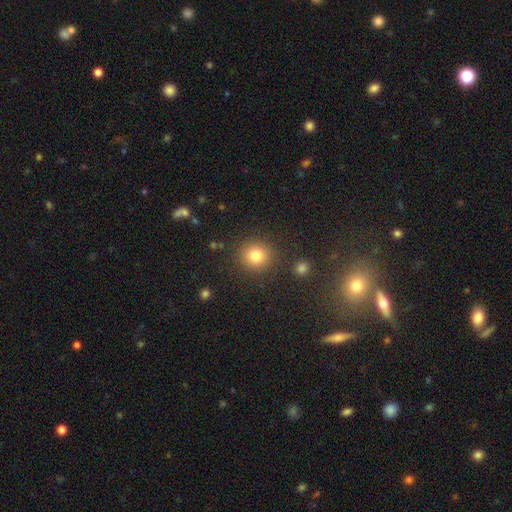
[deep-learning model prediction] The model was most divided on "smooth or featured": smooth: 81%, star or artifact: 12%, featured or disk: 6%. More confident: how rounded — round (89%); merging — none (87%).